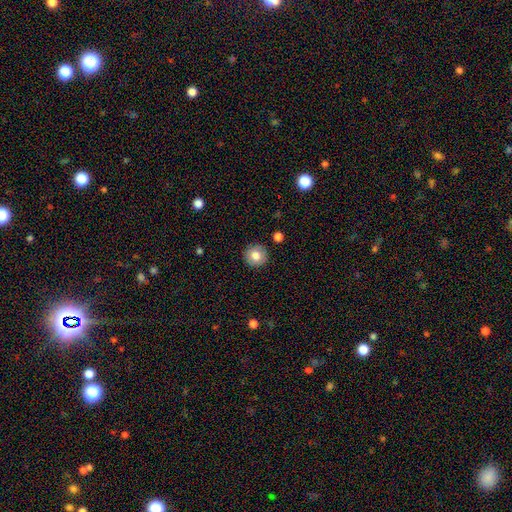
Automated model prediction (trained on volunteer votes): Smooth or featured: smooth — 79% (featured or disk — 12%)
How rounded: round — 94% (in between — 5%)
Merging: none — 90% (minor disturbance — 6%)